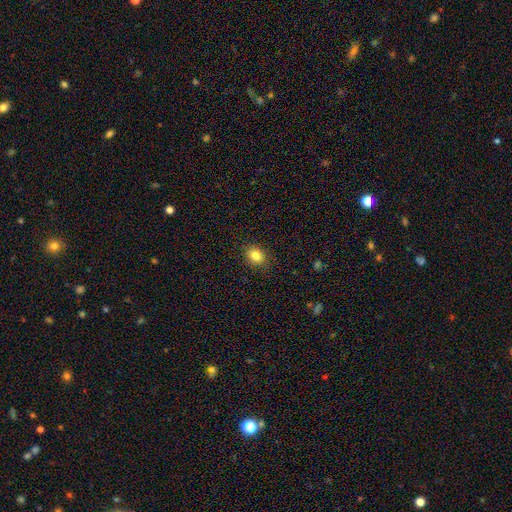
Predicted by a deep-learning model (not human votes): smooth-or-featured: smooth: 84% | star or artifact: 10% | featured or disk: 6%
  how-rounded: in between: 60% | round: 39% | cigar-shaped: 1%
  merging: none: 88% | minor disturbance: 9% | major disturbance: 2% | merger: 1%